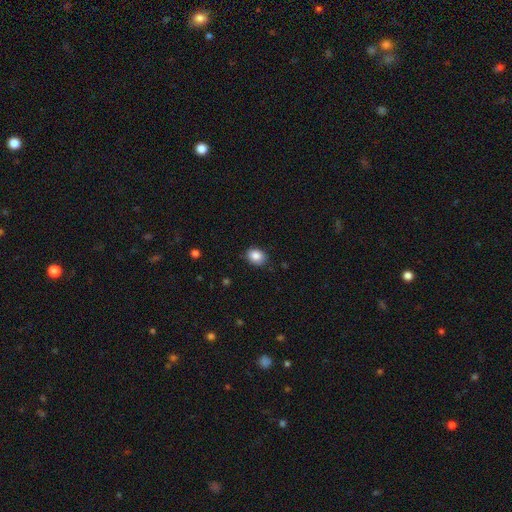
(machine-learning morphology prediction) Q: Smooth or featured?
A: smooth (87%); runner-up: star or artifact (8%)
Q: How rounded?
A: in between (64%); runner-up: round (35%)
Q: Merging?
A: none (84%); runner-up: minor disturbance (13%)